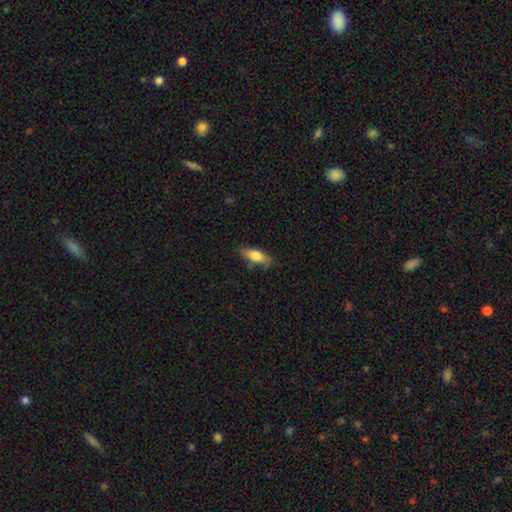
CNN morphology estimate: The model was most divided on "how rounded": in between: 64%, cigar-shaped: 33%, round: 2%. More confident: smooth or featured — smooth (75%); merging — none (74%).